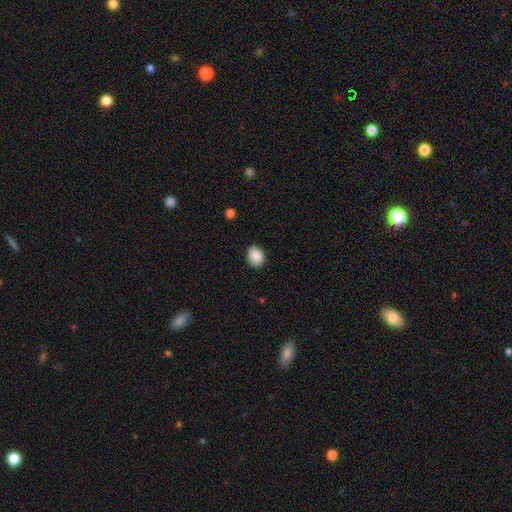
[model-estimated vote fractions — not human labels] The model was most divided on "how rounded": in between: 64%, round: 35%, cigar-shaped: 1%. More confident: smooth or featured — smooth (89%); merging — none (87%).